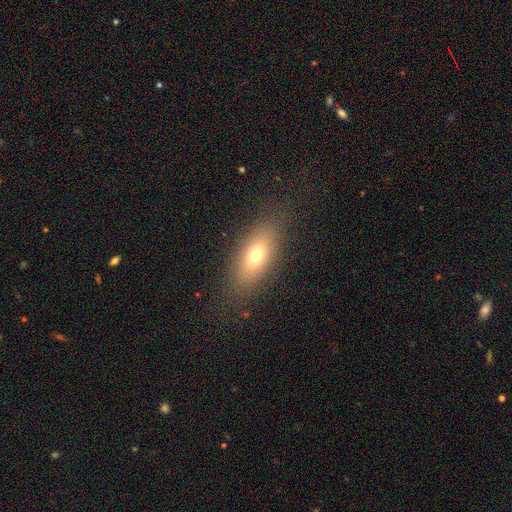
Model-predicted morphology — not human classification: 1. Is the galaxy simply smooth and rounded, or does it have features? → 69% smooth, 20% featured or disk, 11% star or artifact.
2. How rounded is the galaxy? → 79% in between, 15% cigar-shaped, 6% round.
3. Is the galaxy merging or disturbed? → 83% none, 11% minor disturbance, 5% major disturbance, 1% merger.